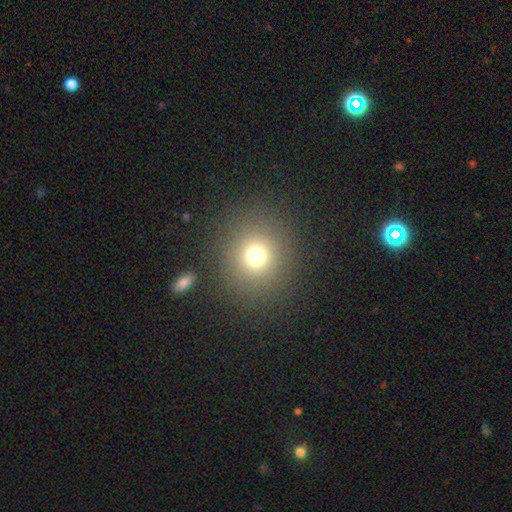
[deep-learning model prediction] smooth 72%, star or artifact 19%, featured or disk 9%. Down the decision tree: how rounded — round (90%); merging — none (87%).